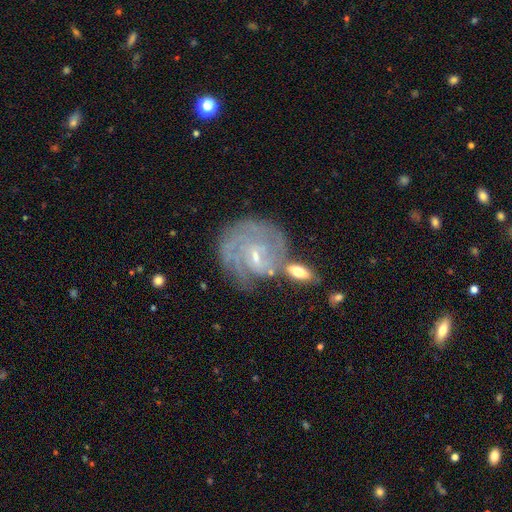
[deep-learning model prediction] Q: Smooth or featured?
A: featured or disk (80%); runner-up: smooth (12%)
Q: Edge-on disk?
A: no (97%); runner-up: yes (3%)
Q: Bar?
A: weak (51%); runner-up: no (38%)
Q: Spiral arms?
A: yes (92%); runner-up: no (8%)
Q: Spiral winding?
A: tight (66%); runner-up: medium (26%)
Q: Spiral arm count?
A: can't tell (41%); runner-up: 3 (18%)
Q: Bulge size?
A: small (78%); runner-up: moderate (16%)
Q: Merging?
A: none (56%); runner-up: minor disturbance (18%)